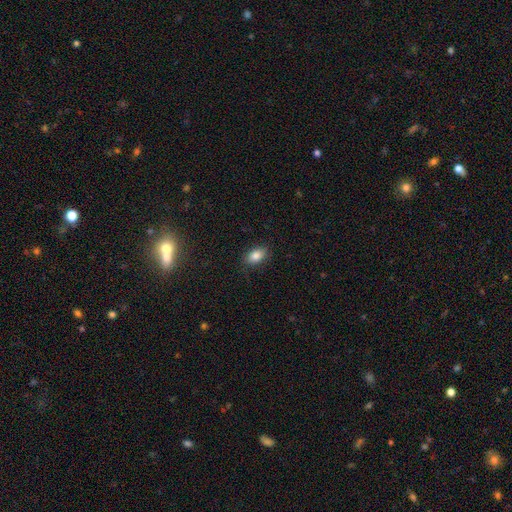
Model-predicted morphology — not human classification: Q: Smooth or featured?
A: smooth (85%); runner-up: star or artifact (9%)
Q: How rounded?
A: in between (88%); runner-up: round (10%)
Q: Merging?
A: none (85%); runner-up: minor disturbance (11%)